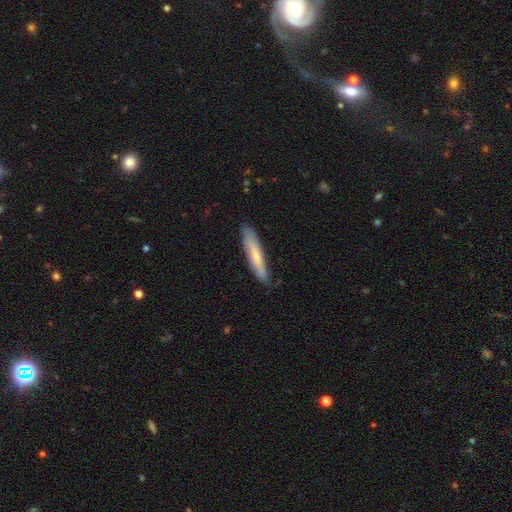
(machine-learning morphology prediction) Smooth or featured: smooth — 66% (featured or disk — 29%)
How rounded: cigar-shaped — 86% (in between — 12%)
Merging: none — 82% (minor disturbance — 15%)